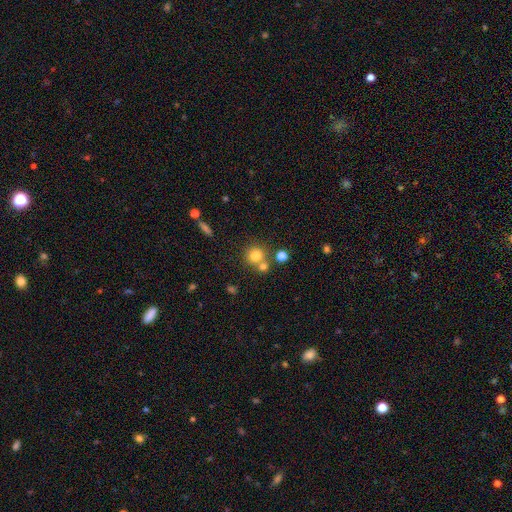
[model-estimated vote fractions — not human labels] smooth 77%, star or artifact 14%, featured or disk 9%. Down the decision tree: how rounded — round (88%); merging — none (61%).